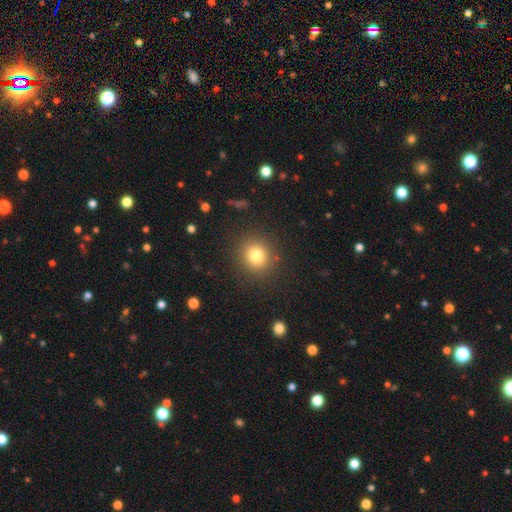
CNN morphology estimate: Smooth or featured? smooth (79%)
How rounded? round (88%)
Merging? none (88%)